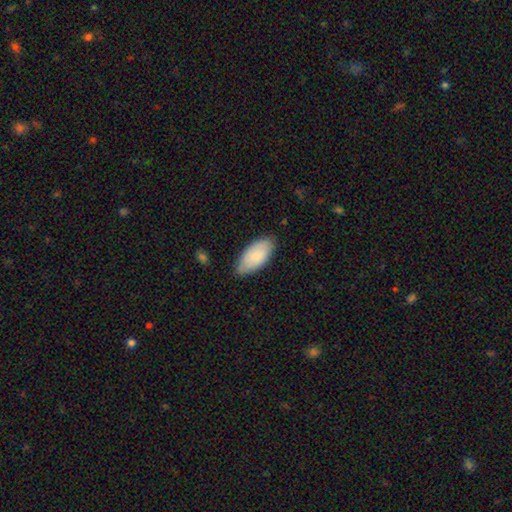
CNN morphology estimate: smooth_or_featured: smooth (p=0.82) [alt: featured or disk p=0.12]
how_rounded: in between (p=0.93) [alt: cigar-shaped p=0.05]
merging: none (p=0.79) [alt: minor disturbance p=0.17]